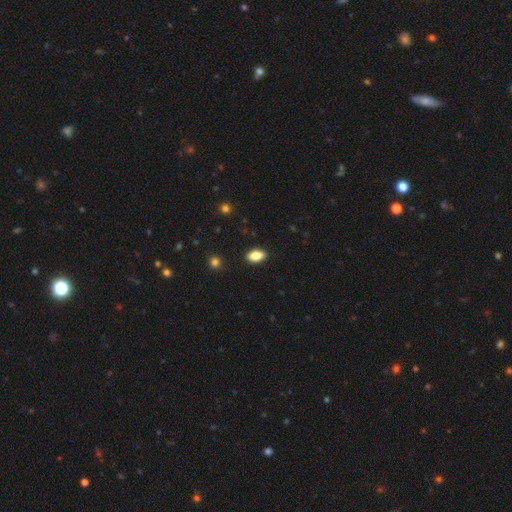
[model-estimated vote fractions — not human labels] Q: Smooth or featured?
A: smooth (83%); runner-up: featured or disk (9%)
Q: How rounded?
A: in between (90%); runner-up: round (7%)
Q: Merging?
A: none (89%); runner-up: minor disturbance (8%)